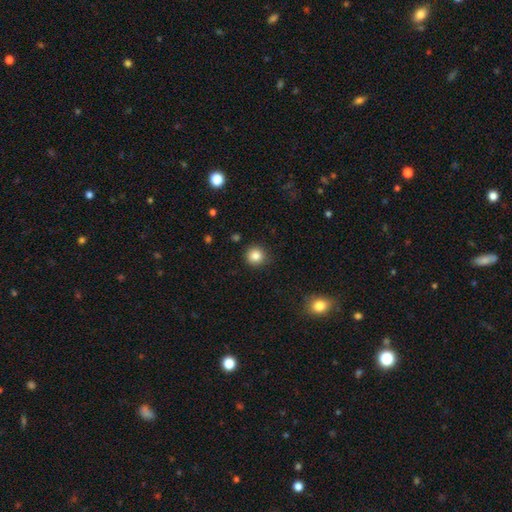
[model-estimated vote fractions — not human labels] smooth 84%, star or artifact 11%, featured or disk 5%. Down the decision tree: how rounded — round (93%); merging — none (89%).